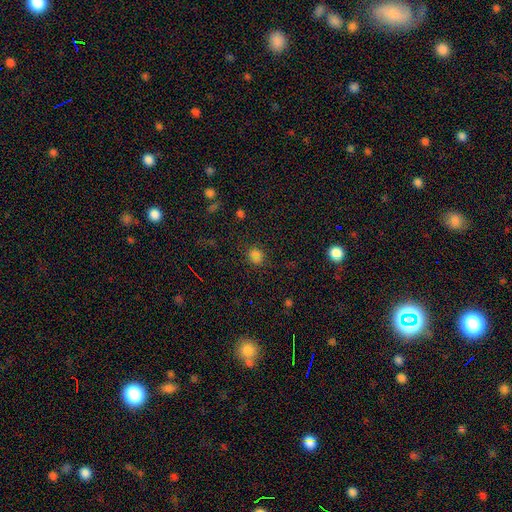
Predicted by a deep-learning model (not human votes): Overall: smooth (70%). How rounded: round (82%). Merging: none (80%).